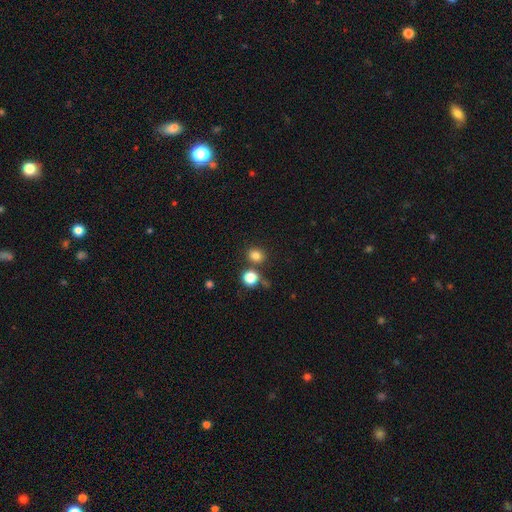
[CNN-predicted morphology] Overall: smooth (81%). How rounded: round (70%). Merging: none (75%).